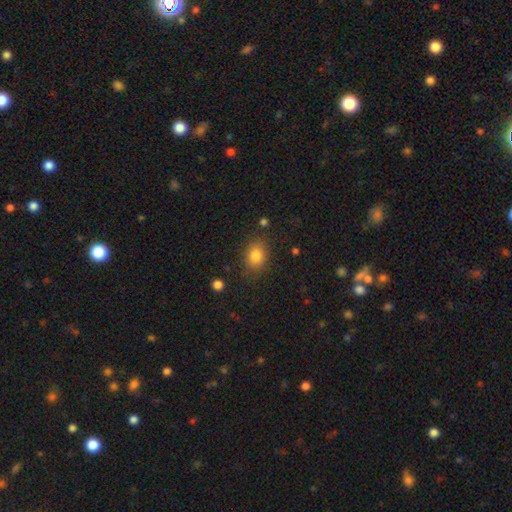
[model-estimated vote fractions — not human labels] Smooth or featured? smooth (82%)
How rounded? in between (58%)
Merging? none (78%)